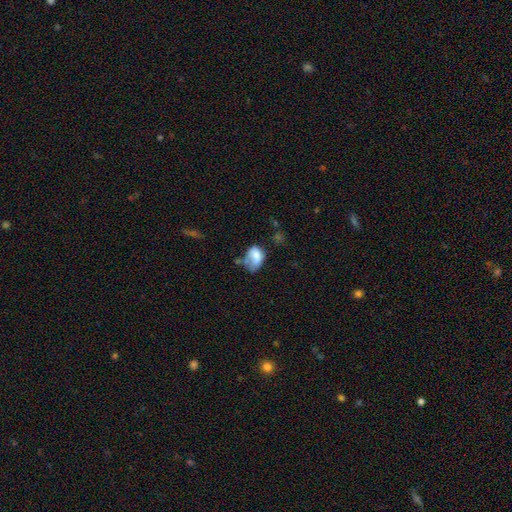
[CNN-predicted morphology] Smooth or featured? Predicted: smooth (p=0.71). How rounded? Predicted: in between (p=0.78). Merging? Predicted: minor disturbance (p=0.31).